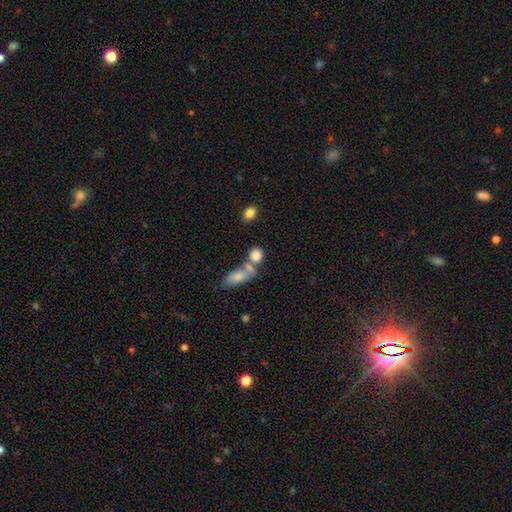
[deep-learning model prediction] Smooth or featured?
  - smooth: 83% *
  - star or artifact: 9%
  - featured or disk: 9%
How rounded?
  - round: 62% *
  - in between: 35%
  - cigar-shaped: 4%
Merging?
  - none: 45% *
  - merger: 39%
  - minor disturbance: 10%
  - major disturbance: 5%